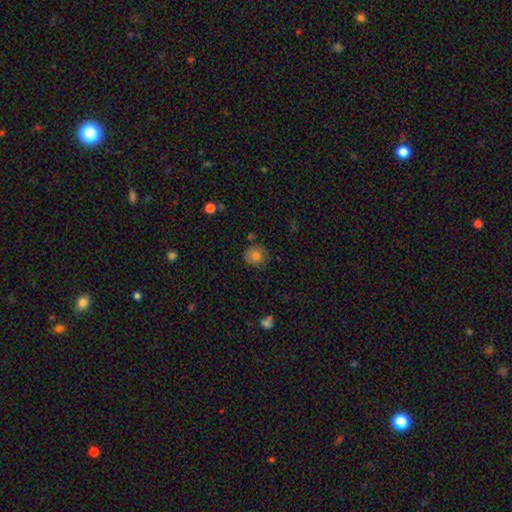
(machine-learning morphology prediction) Smooth or featured: smooth — 79% (featured or disk — 12%)
How rounded: round — 80% (in between — 19%)
Merging: none — 76% (minor disturbance — 18%)